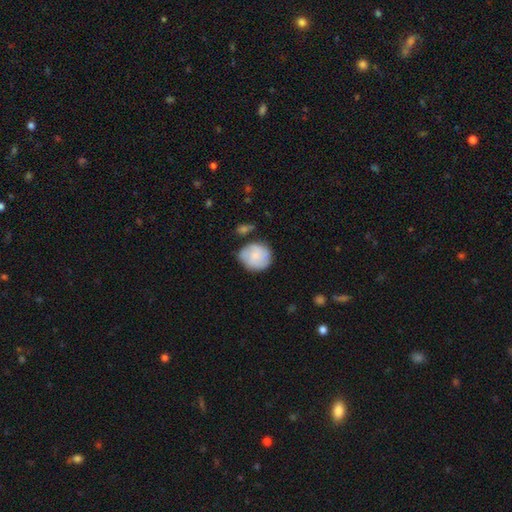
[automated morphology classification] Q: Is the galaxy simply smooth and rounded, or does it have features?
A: smooth — 60%.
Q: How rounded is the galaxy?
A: round — 82%.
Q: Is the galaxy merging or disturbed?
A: none — 67%.